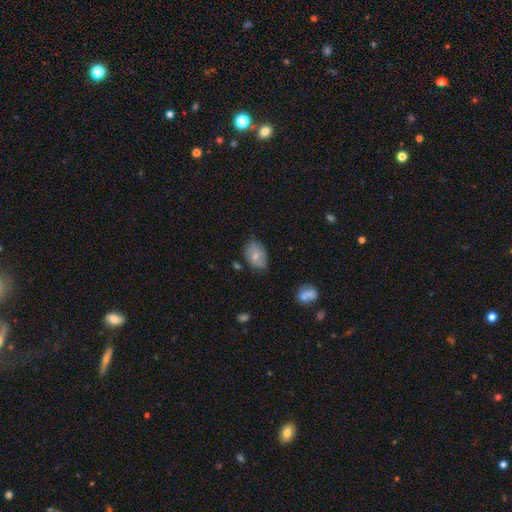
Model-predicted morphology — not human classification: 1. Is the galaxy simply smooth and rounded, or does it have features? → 69% smooth, 23% featured or disk, 7% star or artifact.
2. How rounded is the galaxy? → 84% in between, 15% round, 1% cigar-shaped.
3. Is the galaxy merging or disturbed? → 66% none, 26% minor disturbance, 5% major disturbance, 3% merger.